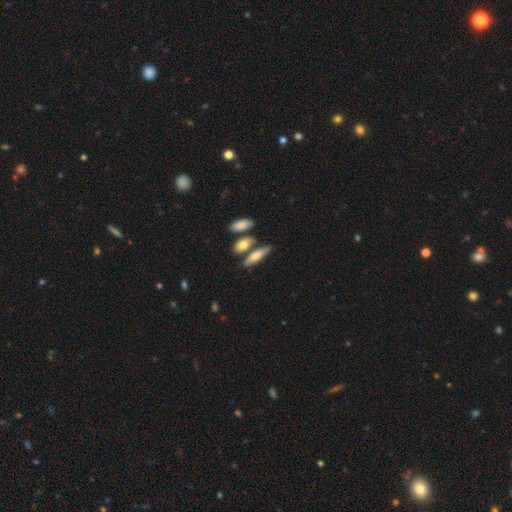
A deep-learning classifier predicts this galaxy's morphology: smooth_or_featured: smooth (p=0.65) [alt: featured or disk p=0.28]
how_rounded: cigar-shaped (p=0.49) [alt: in between p=0.47]
merging: none (p=0.63) [alt: merger p=0.20]